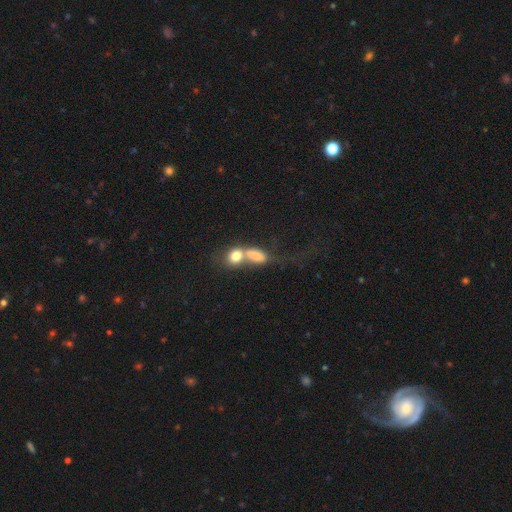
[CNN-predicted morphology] This is likely a smooth galaxy (73%). How rounded: likely in between (68%). Merging: likely merger (71%).